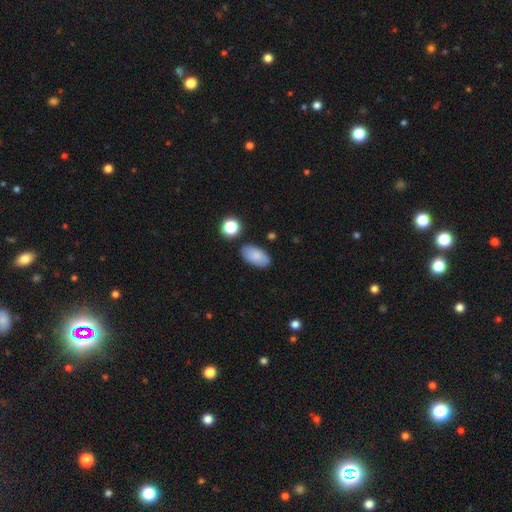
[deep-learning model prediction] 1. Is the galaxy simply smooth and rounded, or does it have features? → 83% smooth, 9% featured or disk, 8% star or artifact.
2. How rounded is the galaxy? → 94% in between, 4% round, 2% cigar-shaped.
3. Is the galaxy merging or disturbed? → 82% none, 12% minor disturbance, 3% merger, 3% major disturbance.